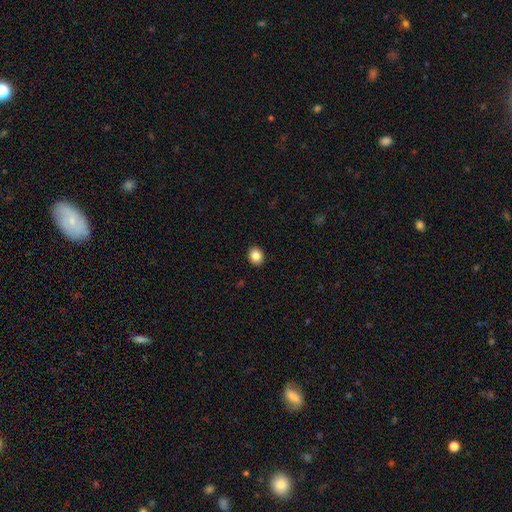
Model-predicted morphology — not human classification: Smooth or featured? smooth (85%)
How rounded? round (72%)
Merging? none (92%)